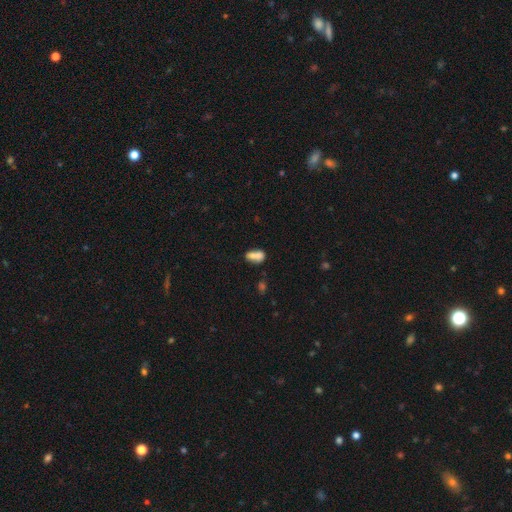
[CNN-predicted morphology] A smooth galaxy with no disk features (69%) that is in between round and cigar-shaped (74%).

Vote fractions:
- Smooth or featured? smooth: 69% / featured or disk: 20% / star or artifact: 10%
- How rounded? in between: 74% / round: 21% / cigar-shaped: 5%
- Merging? merger: 56% / none: 26% / minor disturbance: 11% / major disturbance: 6%